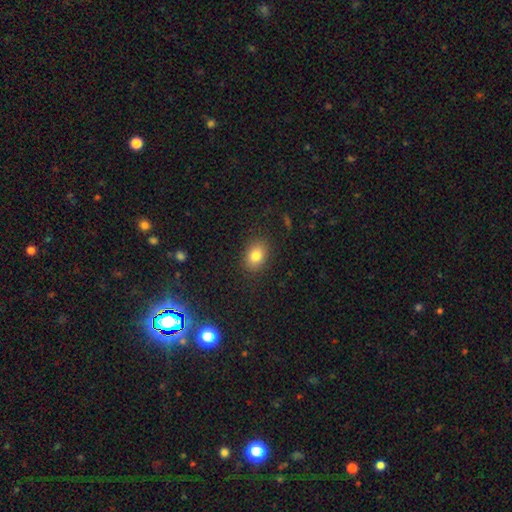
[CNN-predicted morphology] Smooth or featured? Predicted: smooth (p=0.81). How rounded? Predicted: in between (p=0.65). Merging? Predicted: none (p=0.86).